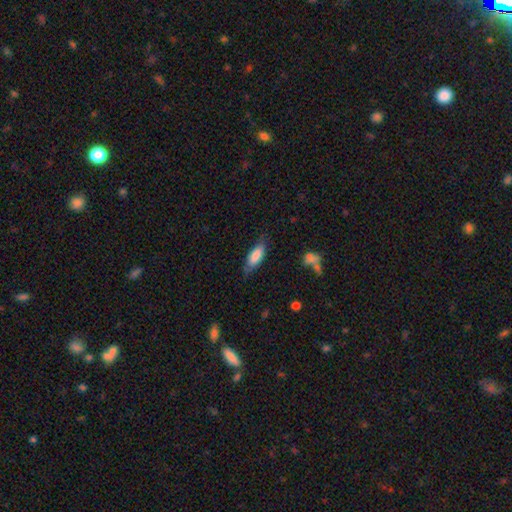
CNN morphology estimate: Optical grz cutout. It shows a smooth galaxy with no disk features (81%) that is in between round and cigar-shaped (71%). Merging: none (69%).